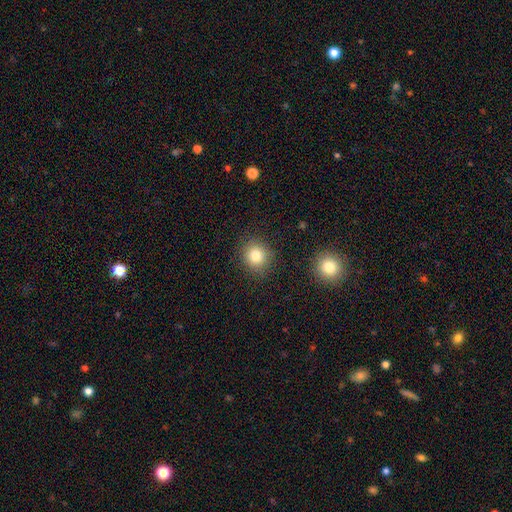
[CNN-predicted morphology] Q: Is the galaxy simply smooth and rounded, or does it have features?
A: smooth — 81%.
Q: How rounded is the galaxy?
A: round — 87%.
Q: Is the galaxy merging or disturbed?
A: none — 88%.